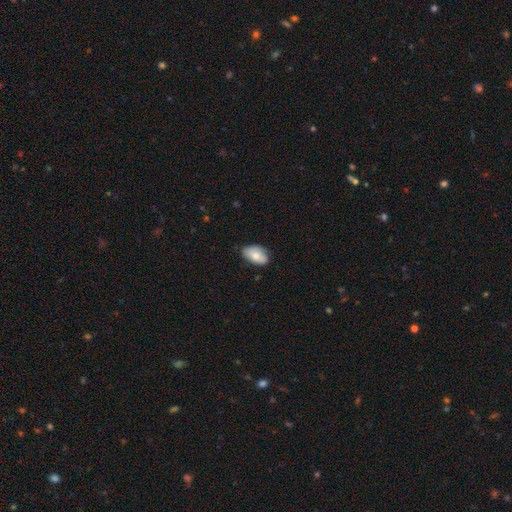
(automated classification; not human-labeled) Smooth or featured? smooth (70%)
How rounded? in between (91%)
Merging? none (72%)